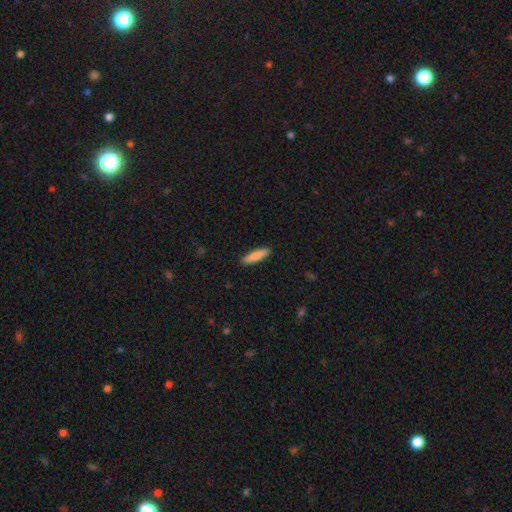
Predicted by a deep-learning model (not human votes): Smooth or featured: smooth — 85% (featured or disk — 10%)
How rounded: cigar-shaped — 80% (in between — 19%)
Merging: none — 90% (minor disturbance — 7%)